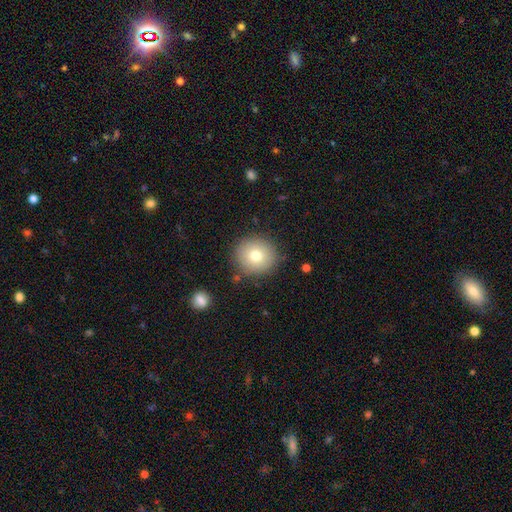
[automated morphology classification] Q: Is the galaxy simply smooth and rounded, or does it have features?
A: smooth — 76%.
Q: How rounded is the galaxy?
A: round — 91%.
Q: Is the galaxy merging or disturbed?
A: none — 87%.